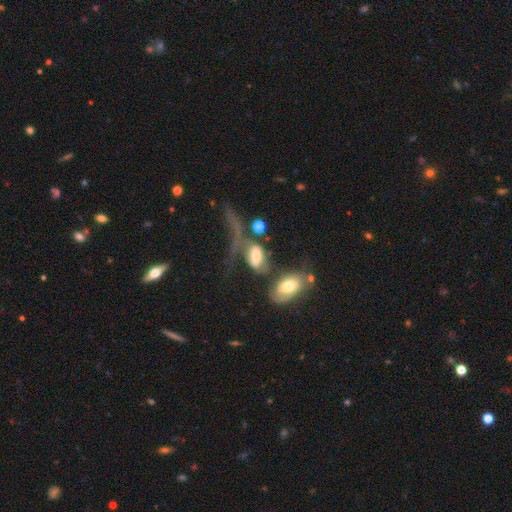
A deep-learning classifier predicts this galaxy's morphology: Q: Smooth or featured?
A: smooth (47%); runner-up: featured or disk (43%)
Q: Merging?
A: major disturbance (43%); runner-up: merger (33%)